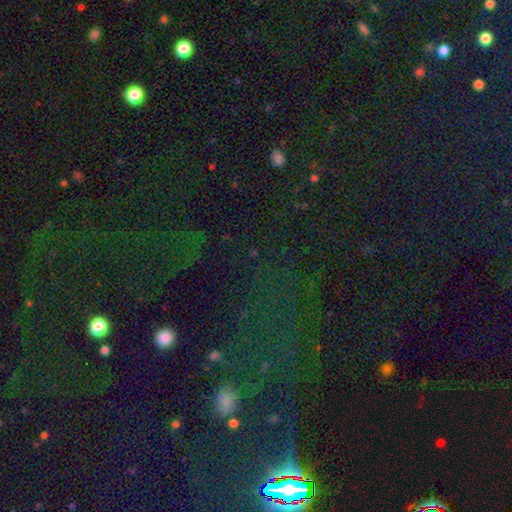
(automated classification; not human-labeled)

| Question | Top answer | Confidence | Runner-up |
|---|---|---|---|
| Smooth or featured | star or artifact | 72% | smooth (18%) |